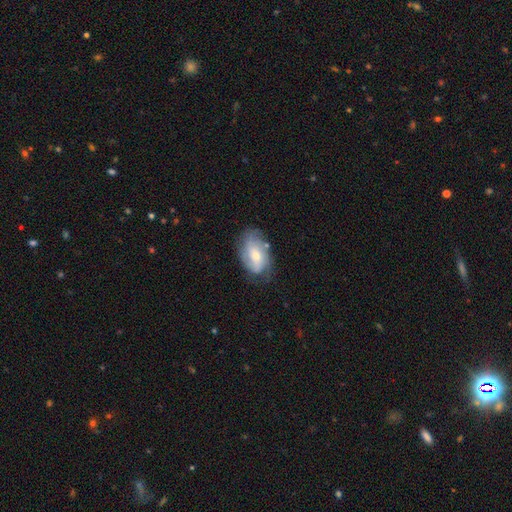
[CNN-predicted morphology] This is possibly a featured or disk galaxy (50%). It is clearly not viewed edge-on (94%). Merging: likely none (60%).